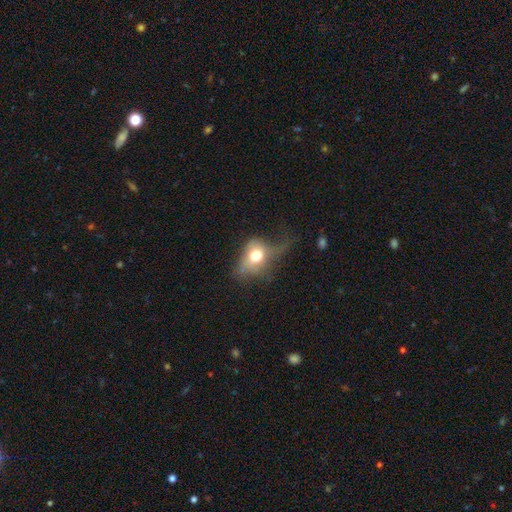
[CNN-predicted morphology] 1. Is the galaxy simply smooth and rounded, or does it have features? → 63% smooth, 26% featured or disk, 11% star or artifact.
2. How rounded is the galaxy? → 55% in between, 43% round, 2% cigar-shaped.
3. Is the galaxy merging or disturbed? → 44% major disturbance, 27% minor disturbance, 25% none, 4% merger.